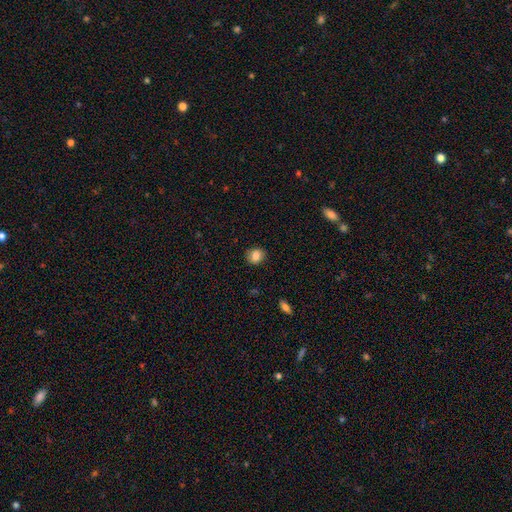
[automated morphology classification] A smooth galaxy with no disk features (82%) that is round (67%).

Vote fractions:
- Smooth or featured? smooth: 82% / star or artifact: 9% / featured or disk: 9%
- How rounded? round: 67% / in between: 32% / cigar-shaped: 1%
- Merging? none: 87% / minor disturbance: 10% / major disturbance: 2% / merger: 1%